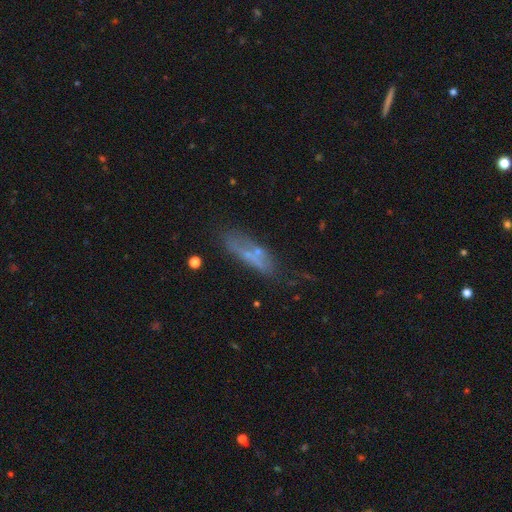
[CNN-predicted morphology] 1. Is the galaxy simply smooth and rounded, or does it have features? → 51% smooth, 36% featured or disk, 13% star or artifact.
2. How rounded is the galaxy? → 65% cigar-shaped, 32% in between, 3% round.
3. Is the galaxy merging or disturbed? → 56% none, 24% minor disturbance, 12% major disturbance, 9% merger.